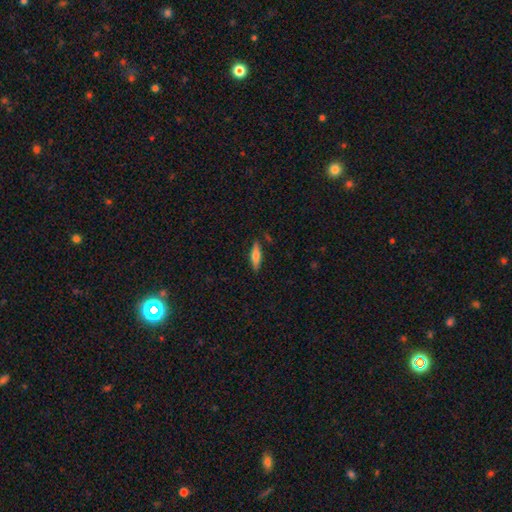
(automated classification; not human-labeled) Overall: smooth (62%; featured or disk 31%). How rounded: cigar-shaped (63%; in between 35%). Merging: none (85%).